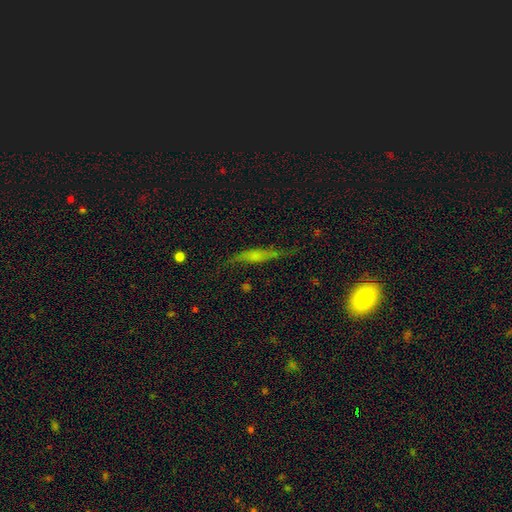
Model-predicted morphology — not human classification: Smooth or featured?
  - featured or disk: 55% *
  - smooth: 34%
  - star or artifact: 11%
Edge-on disk?
  - yes: 80% *
  - no: 20%
Merging?
  - none: 64% *
  - minor disturbance: 23%
  - major disturbance: 10%
  - merger: 3%